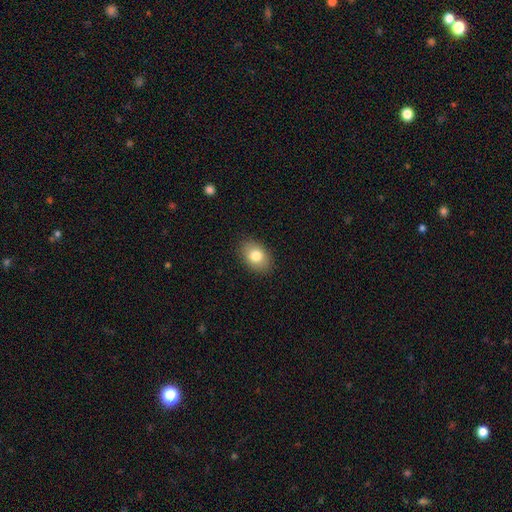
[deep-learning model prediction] A smooth galaxy with no disk features (81%) that is in between round and cigar-shaped (81%).

Vote fractions:
- Smooth or featured? smooth: 81% / featured or disk: 11% / star or artifact: 8%
- How rounded? in between: 81% / round: 18% / cigar-shaped: 1%
- Merging? none: 88% / minor disturbance: 9% / major disturbance: 2% / merger: 1%